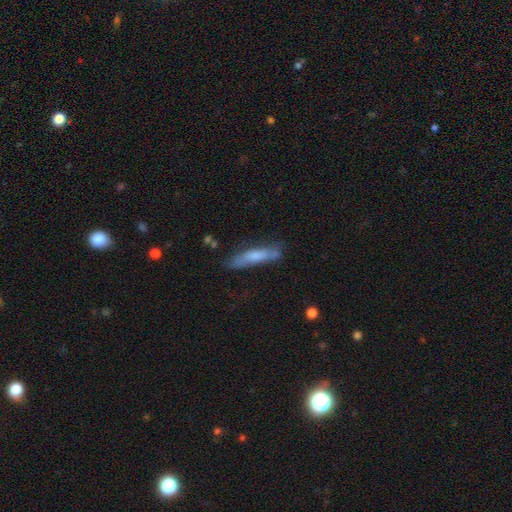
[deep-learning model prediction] Smooth or featured: smooth — 63% (featured or disk — 29%)
How rounded: cigar-shaped — 80% (in between — 19%)
Merging: none — 63% (minor disturbance — 24%)